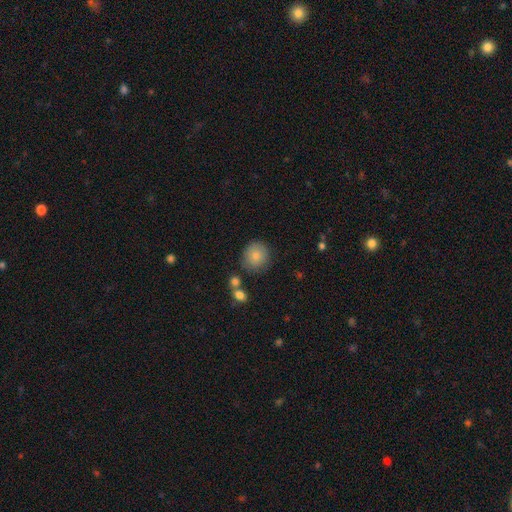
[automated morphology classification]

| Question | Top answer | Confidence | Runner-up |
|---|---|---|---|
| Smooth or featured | smooth | 82% | star or artifact (9%) |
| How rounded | round | 88% | in between (11%) |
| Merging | none | 79% | minor disturbance (12%) |